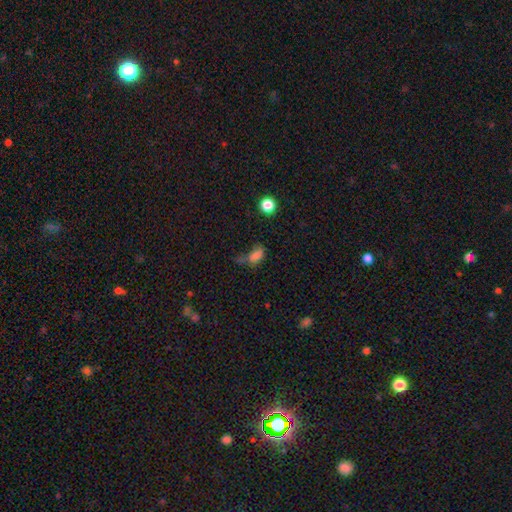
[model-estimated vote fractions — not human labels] The model was most divided on "merging": major disturbance: 36%, none: 27%, minor disturbance: 25%, merger: 12%. More confident: how rounded — in between (80%); smooth or featured — smooth (72%).